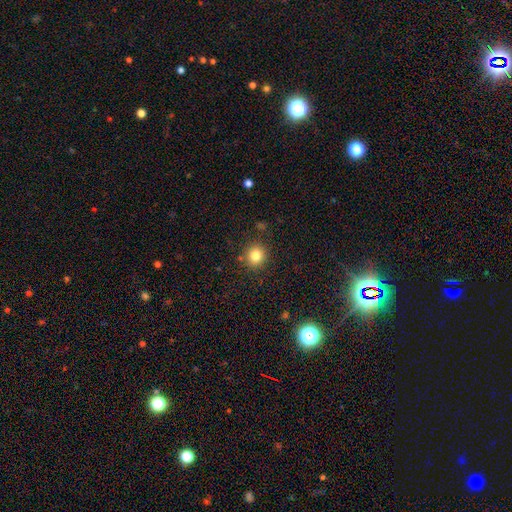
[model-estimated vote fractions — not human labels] The model was most divided on "smooth or featured": smooth: 81%, star or artifact: 12%, featured or disk: 7%. More confident: how rounded — round (89%); merging — none (87%).